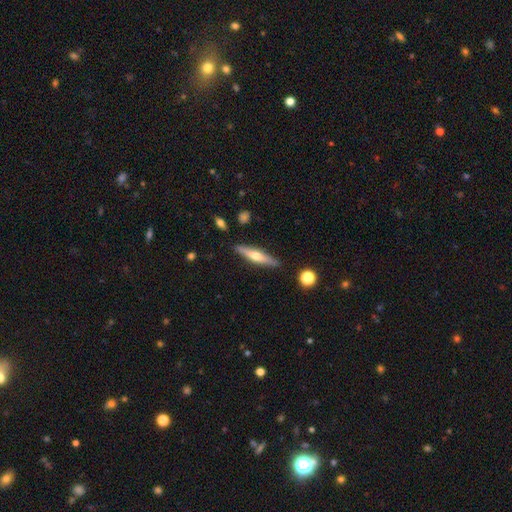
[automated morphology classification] Q: Smooth or featured?
A: featured or disk (54%); runner-up: smooth (40%)
Q: Edge-on disk?
A: yes (94%); runner-up: no (6%)
Q: Edge-on bulge?
A: rounded (89%); runner-up: none (7%)
Q: Merging?
A: none (88%); runner-up: minor disturbance (9%)